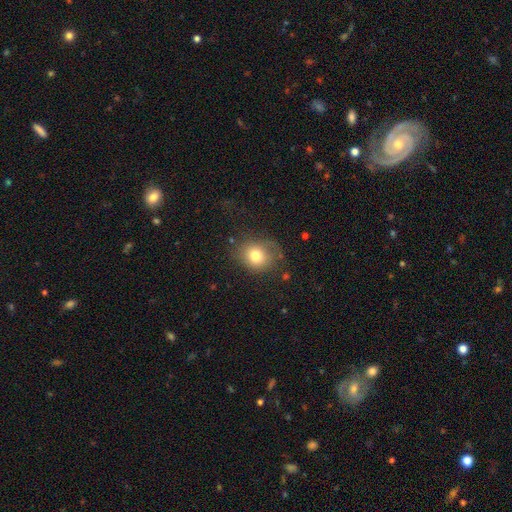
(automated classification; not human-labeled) Smooth or featured: smooth — 76% (featured or disk — 13%)
How rounded: round — 66% (in between — 33%)
Merging: none — 66% (minor disturbance — 21%)